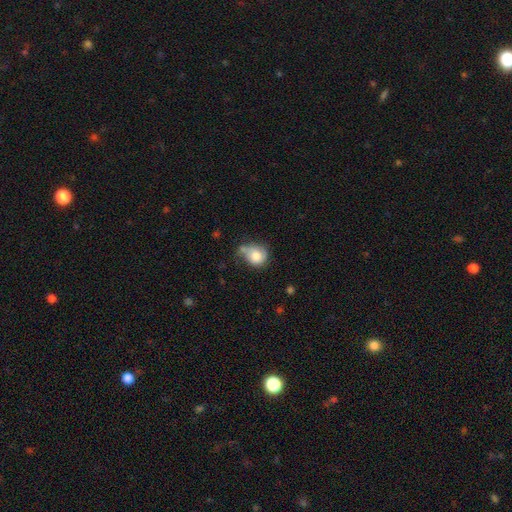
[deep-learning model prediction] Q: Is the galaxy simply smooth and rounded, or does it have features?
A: smooth — 75%.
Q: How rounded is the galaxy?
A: round — 70%.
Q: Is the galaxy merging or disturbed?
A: none — 38%.